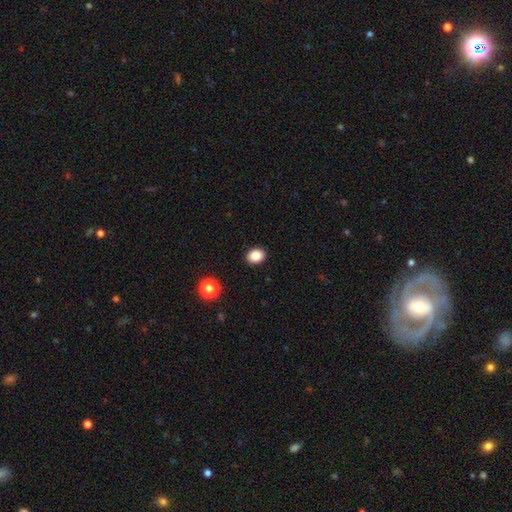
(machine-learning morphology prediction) Overall: smooth (86%). How rounded: in between (52%; round 47%). Merging: none (91%).